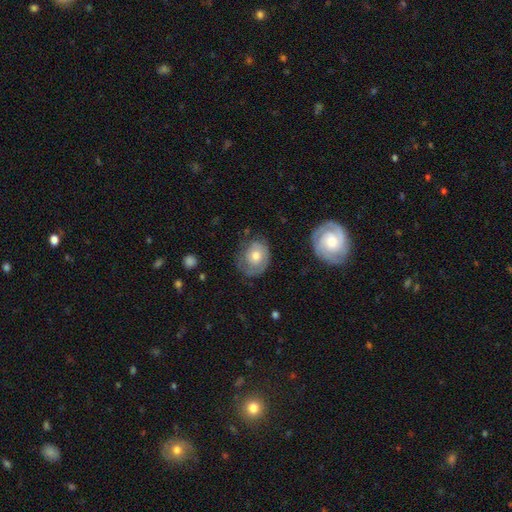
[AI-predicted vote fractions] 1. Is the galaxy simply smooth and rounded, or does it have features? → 48% smooth, 44% featured or disk, 7% star or artifact.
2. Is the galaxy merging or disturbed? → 64% none, 24% minor disturbance, 11% major disturbance, 2% merger.